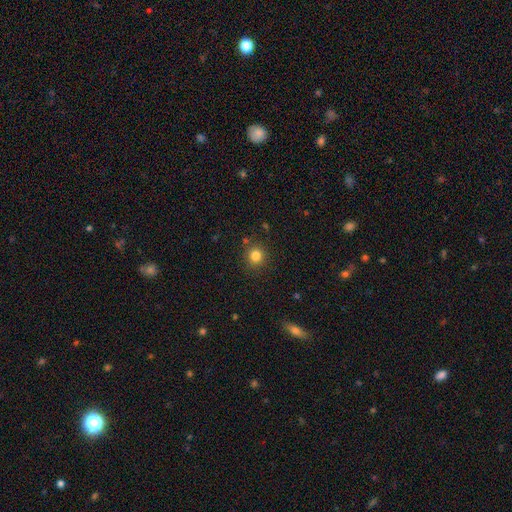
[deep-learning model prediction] Q: Smooth or featured?
A: smooth (82%); runner-up: star or artifact (13%)
Q: How rounded?
A: round (91%); runner-up: in between (8%)
Q: Merging?
A: none (87%); runner-up: minor disturbance (8%)